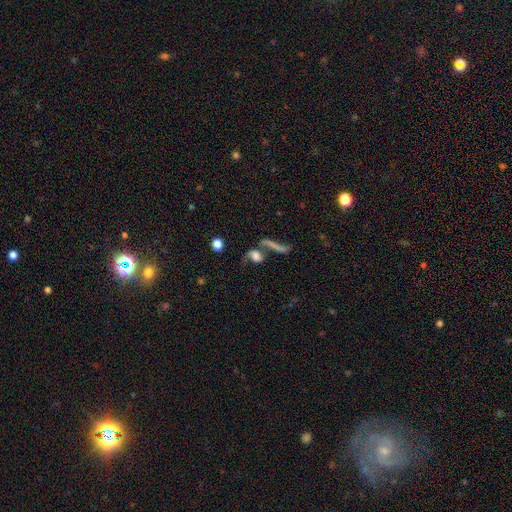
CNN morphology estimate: Smooth or featured? smooth (50%)
How rounded? in between (46%)
Merging? merger (38%)